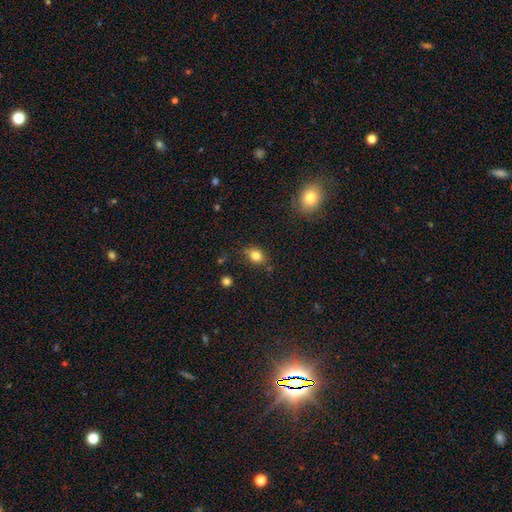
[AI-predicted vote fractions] Overall: smooth (82%). How rounded: in between (54%; round 45%). Merging: none (73%).